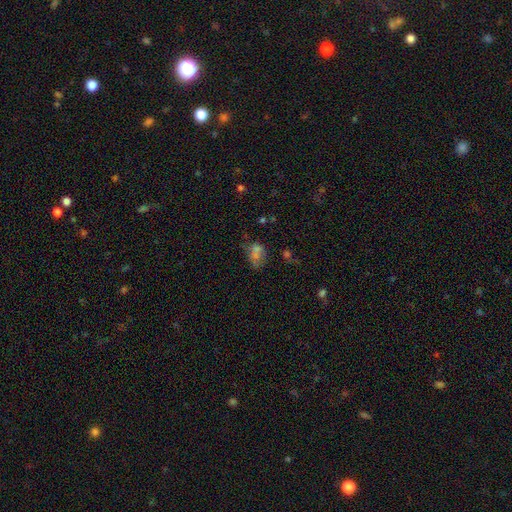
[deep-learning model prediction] smooth_or_featured: smooth (p=0.53) [alt: star or artifact p=0.25]
how_rounded: in between (p=0.71) [alt: round p=0.26]
merging: none (p=0.35) [alt: merger p=0.26]